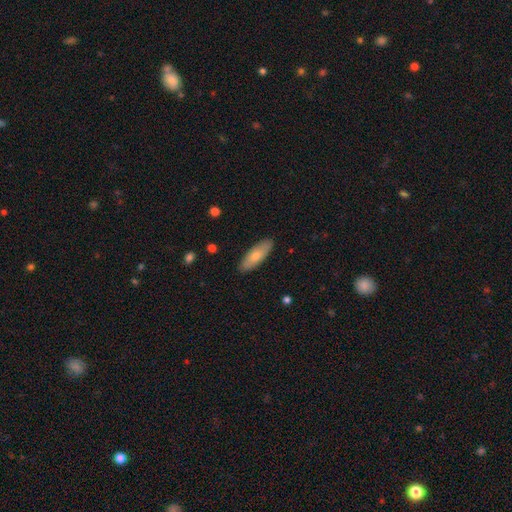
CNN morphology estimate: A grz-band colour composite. It shows a smooth galaxy with no disk features (74%) that is in between round and cigar-shaped (64%). Merging: none (88%).